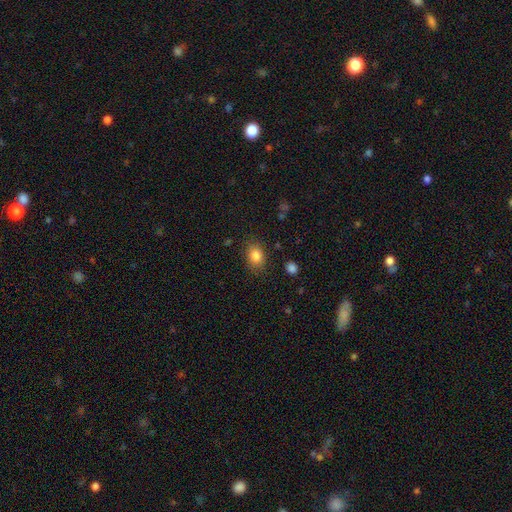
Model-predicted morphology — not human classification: The model was most divided on "how rounded": in between: 66%, round: 33%, cigar-shaped: 1%. More confident: smooth or featured — smooth (84%); merging — none (82%).